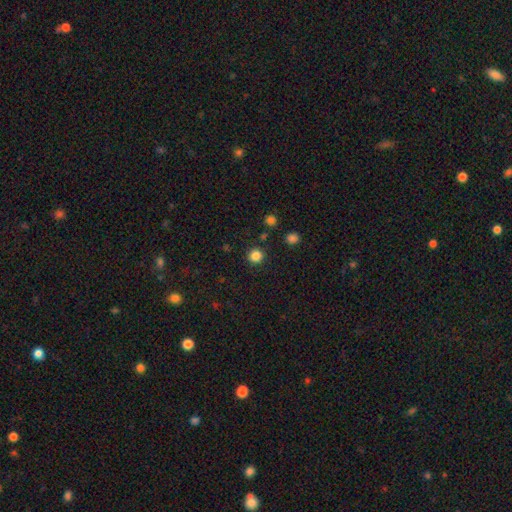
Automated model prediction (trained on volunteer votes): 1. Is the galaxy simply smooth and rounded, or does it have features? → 84% smooth, 13% star or artifact, 3% featured or disk.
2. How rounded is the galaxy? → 94% round, 5% in between, 1% cigar-shaped.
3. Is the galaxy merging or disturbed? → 90% none, 5% minor disturbance, 2% merger, 2% major disturbance.